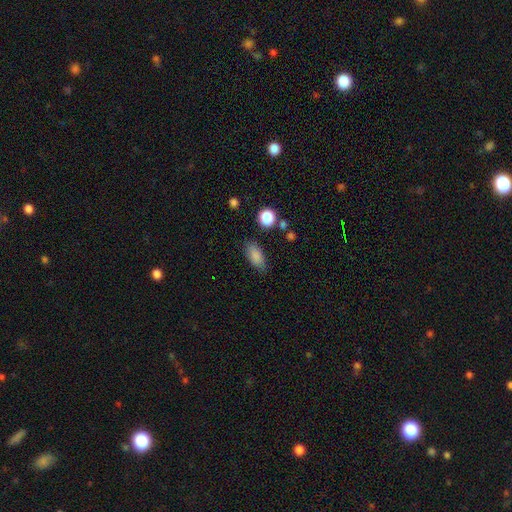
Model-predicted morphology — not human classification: Smooth or featured: smooth — 86% (star or artifact — 8%)
How rounded: in between — 85% (cigar-shaped — 10%)
Merging: none — 79% (minor disturbance — 15%)